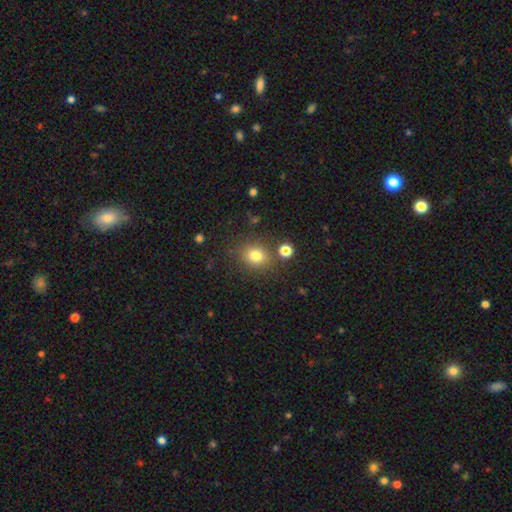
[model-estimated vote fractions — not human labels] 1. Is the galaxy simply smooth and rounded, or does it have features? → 78% smooth, 14% star or artifact, 8% featured or disk.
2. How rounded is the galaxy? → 67% round, 32% in between, 1% cigar-shaped.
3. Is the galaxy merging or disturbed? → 79% none, 11% minor disturbance, 6% merger, 4% major disturbance.